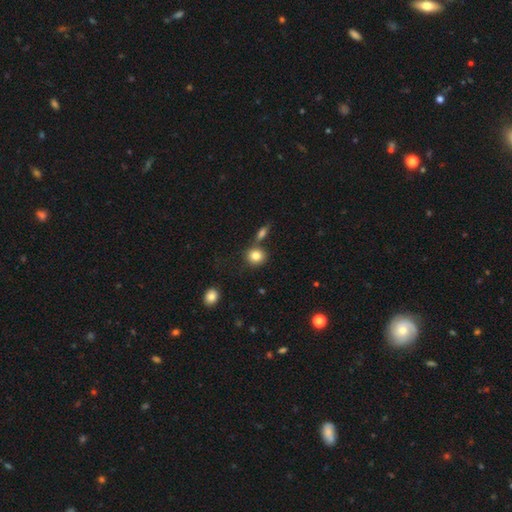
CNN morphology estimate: smooth_or_featured: smooth (p=0.84) [alt: star or artifact p=0.09]
how_rounded: round (p=0.81) [alt: in between p=0.18]
merging: none (p=0.70) [alt: merger p=0.16]